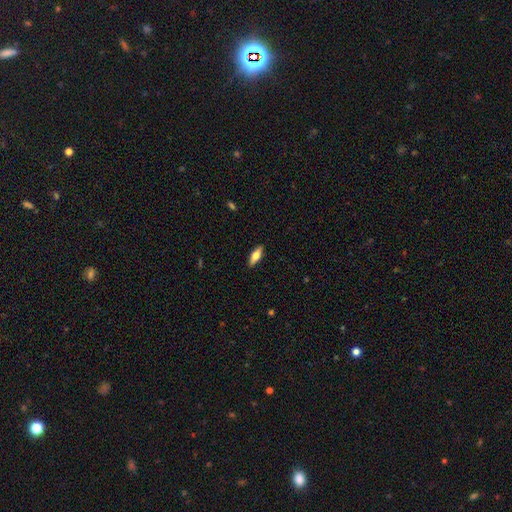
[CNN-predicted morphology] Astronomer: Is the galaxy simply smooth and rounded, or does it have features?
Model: smooth — 56% (runner-up: featured or disk, 38%).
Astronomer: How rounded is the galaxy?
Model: in between — 62%.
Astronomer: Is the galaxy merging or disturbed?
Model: none — 89%.